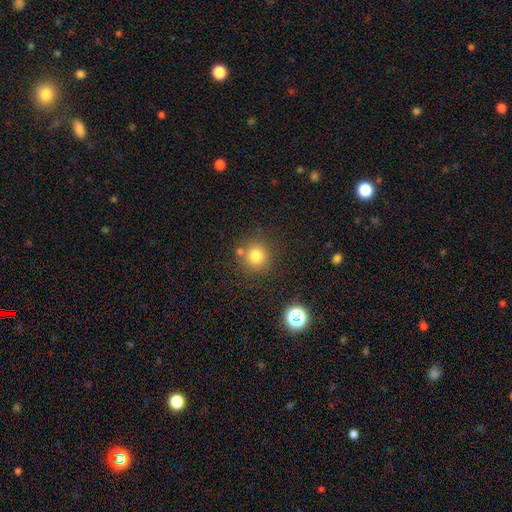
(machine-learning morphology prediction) Smooth or featured: smooth — 78% (star or artifact — 14%)
How rounded: round — 93% (in between — 6%)
Merging: none — 78% (merger — 10%)